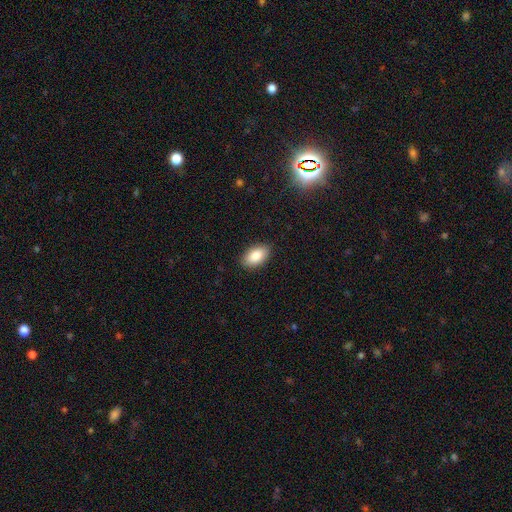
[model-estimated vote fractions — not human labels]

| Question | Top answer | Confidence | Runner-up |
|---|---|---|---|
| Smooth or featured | smooth | 86% | featured or disk (7%) |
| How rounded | in between | 94% | round (4%) |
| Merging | none | 88% | minor disturbance (9%) |